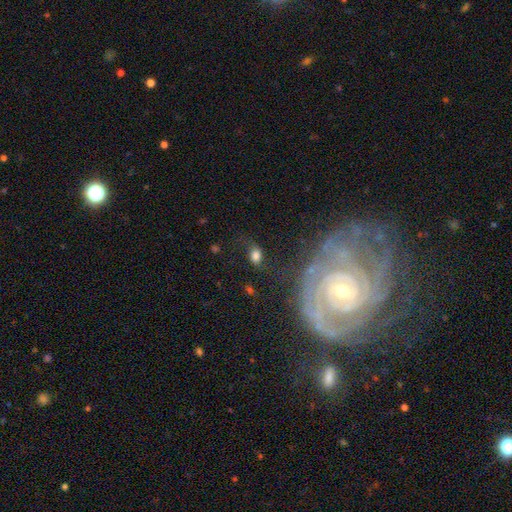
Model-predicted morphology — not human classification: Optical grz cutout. It shows a smooth galaxy with no disk features (69%) that is in between round and cigar-shaped (74%). Merging: none (60%).